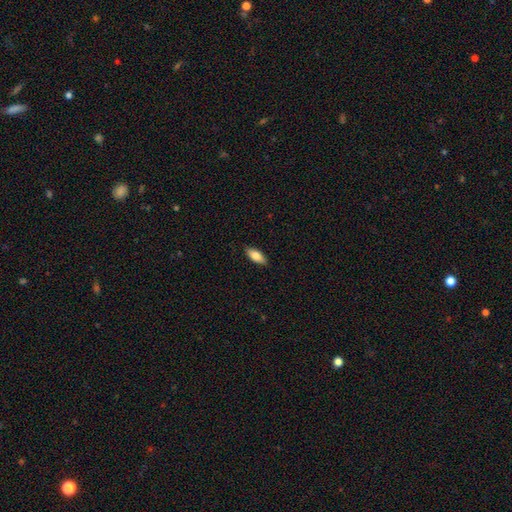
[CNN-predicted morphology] Smooth or featured?
  - smooth: 79% *
  - featured or disk: 14%
  - star or artifact: 6%
How rounded?
  - in between: 82% *
  - cigar-shaped: 16%
  - round: 2%
Merging?
  - none: 88% *
  - minor disturbance: 9%
  - major disturbance: 2%
  - merger: 1%